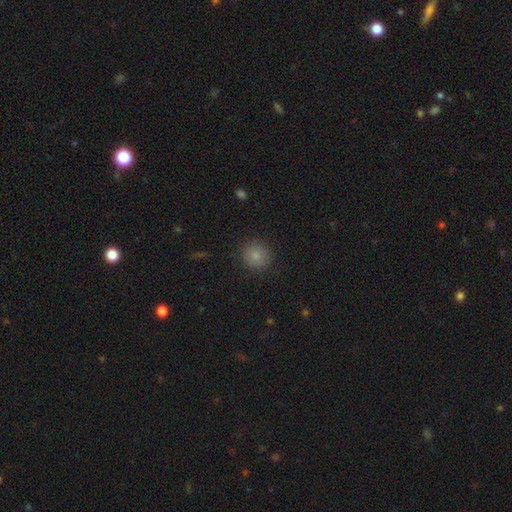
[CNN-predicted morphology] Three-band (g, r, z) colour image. It shows a smooth galaxy with no disk features (84%) that is round (90%). Merging: none (88%).